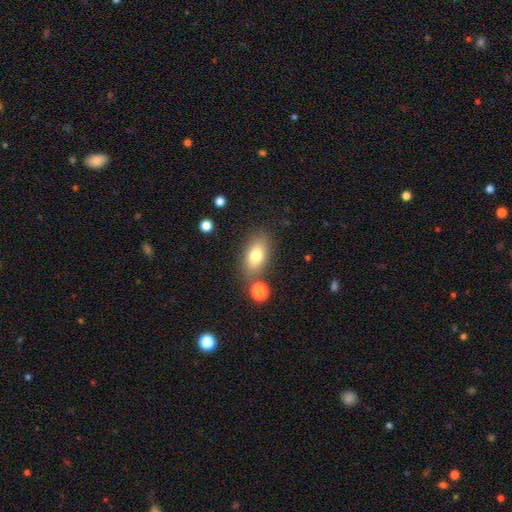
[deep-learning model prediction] Smooth or featured? Predicted: smooth (p=0.76). How rounded? Predicted: in between (p=0.87). Merging? Predicted: none (p=0.75).